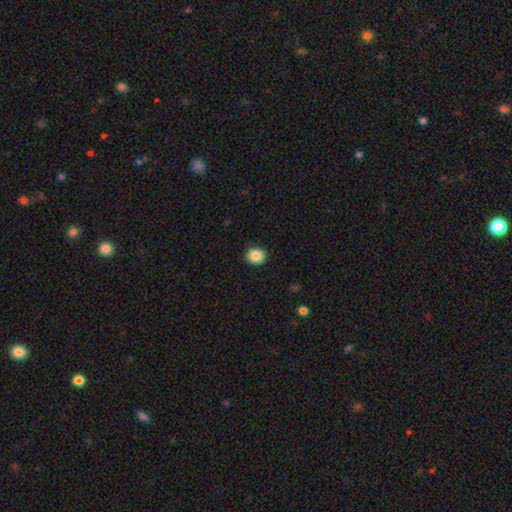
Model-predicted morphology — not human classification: Overall: smooth (86%). How rounded: round (74%). Merging: none (90%).